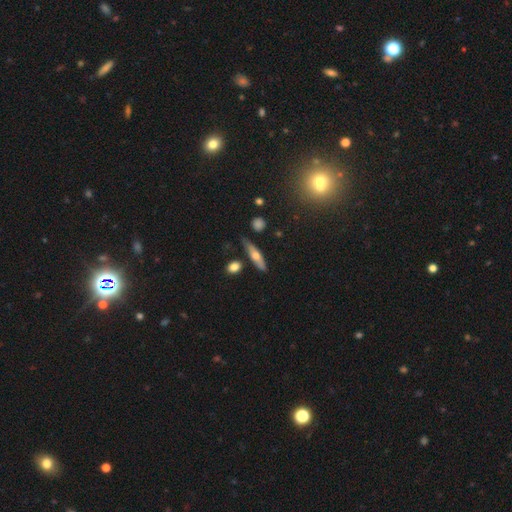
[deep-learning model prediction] Smooth or featured?
  - smooth: 48% *
  - featured or disk: 45%
  - star or artifact: 7%
Merging?
  - none: 74% *
  - minor disturbance: 17%
  - merger: 5%
  - major disturbance: 4%